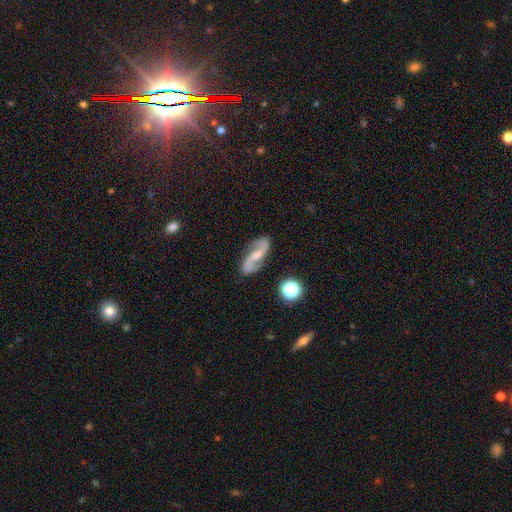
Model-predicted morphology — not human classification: A featured or disk galaxy (88%) with a weak bar (43%), 2 (94%) medium (46%) spiral arms (97%) and a small central bulge (37%).

Vote fractions:
- Smooth or featured? featured or disk: 88% / smooth: 6% / star or artifact: 6%
- Edge-on disk? no: 96% / yes: 4%
- Bar? weak: 43% / no: 36% / strong: 21%
- Spiral arms? yes: 97% / no: 3%
- Spiral winding? medium: 46% / loose: 42% / tight: 12%
- Spiral arm count? 2: 94% / can't tell: 2% / 1: 1% / 3: 1% / 4: 1% / more than 4: 1%
- Bulge size? small: 37% / moderate: 36% / none: 20% / large: 6% / dominant: 2%
- Merging? none: 83% / minor disturbance: 11% / major disturbance: 4% / merger: 2%